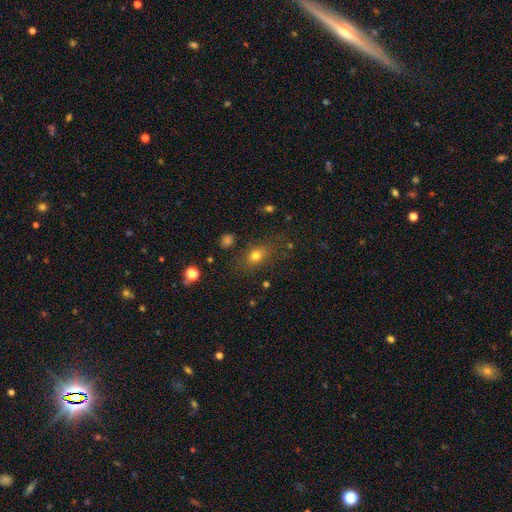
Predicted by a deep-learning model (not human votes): A smooth galaxy with no disk features (75%) that is in between round and cigar-shaped (57%). Merging: none (74%).